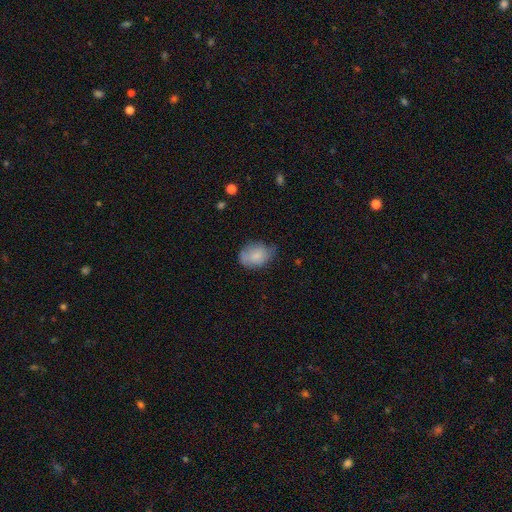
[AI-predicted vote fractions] smooth_or_featured: smooth (p=0.78) [alt: featured or disk p=0.14]
how_rounded: in between (p=0.72) [alt: round p=0.26]
merging: none (p=0.53) [alt: minor disturbance p=0.36]